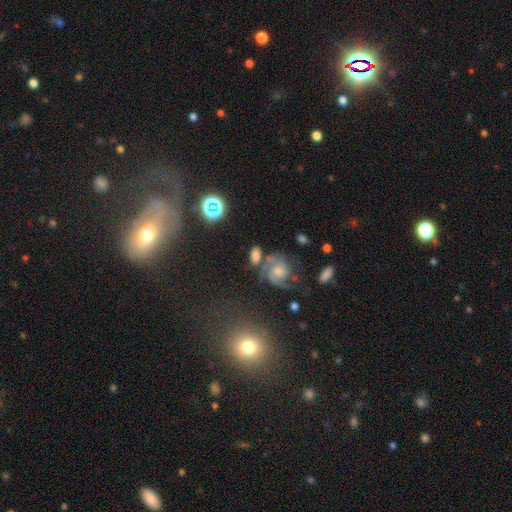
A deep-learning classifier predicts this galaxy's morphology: Q: Smooth or featured?
A: smooth (49%); runner-up: featured or disk (36%)
Q: Merging?
A: none (48%); runner-up: merger (24%)